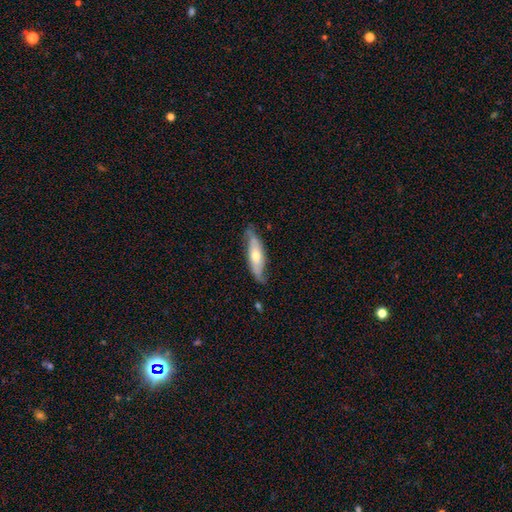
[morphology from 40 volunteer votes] smooth_or_featured: featured or disk (p=0.62) [alt: smooth p=0.30]
disk_edge_on: no (p=0.80) [alt: yes p=0.20]
bar: no (p=0.85) [alt: weak p=0.10]
has_spiral_arms: yes (p=0.95) [alt: no p=0.05]
spiral_winding: loose (p=0.58) [alt: medium p=0.37]
spiral_arm_count: 2 (p=0.95) [alt: can't tell p=0.05]
bulge_size: moderate (p=0.60) [alt: small p=0.40]
merging: none (p=0.78) [alt: minor disturbance p=0.16]